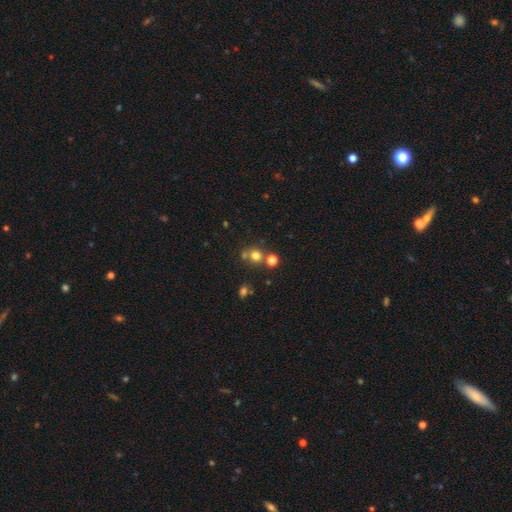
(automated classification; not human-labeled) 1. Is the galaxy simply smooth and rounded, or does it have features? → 71% smooth, 20% star or artifact, 10% featured or disk.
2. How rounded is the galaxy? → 86% round, 13% in between, 1% cigar-shaped.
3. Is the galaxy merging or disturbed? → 61% none, 27% merger, 8% minor disturbance, 4% major disturbance.